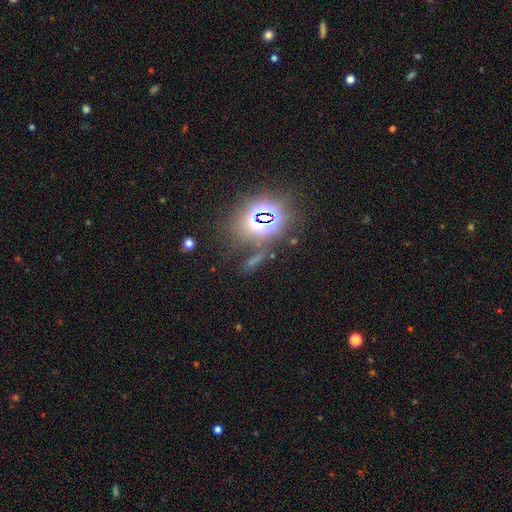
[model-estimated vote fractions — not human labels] smooth_or_featured: star or artifact (p=0.70) [alt: smooth p=0.19]